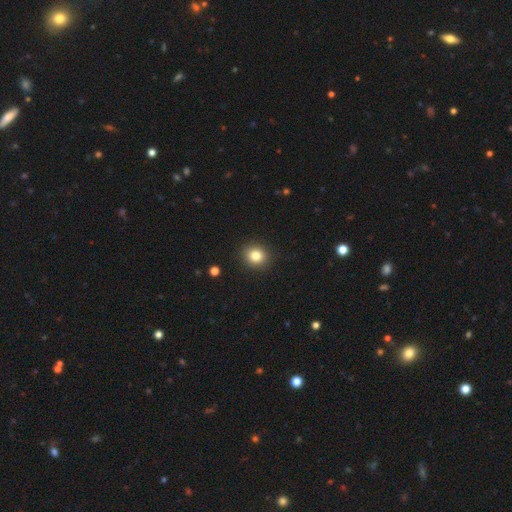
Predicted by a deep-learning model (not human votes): The model was most divided on "how rounded": round: 82%, in between: 17%, cigar-shaped: 1%. More confident: merging — none (90%); smooth or featured — smooth (82%).